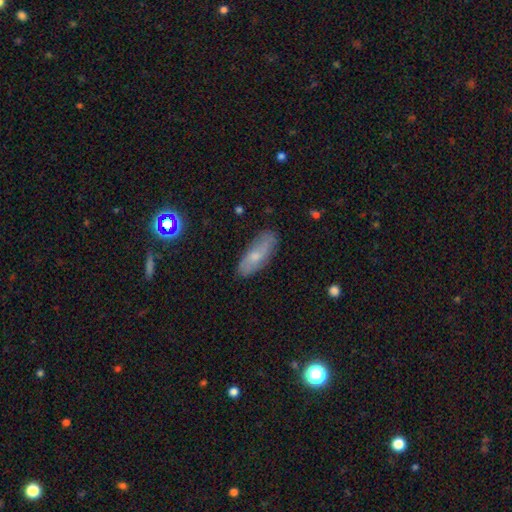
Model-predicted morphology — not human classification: Smooth or featured? smooth (58%)
How rounded? in between (71%)
Merging? none (79%)